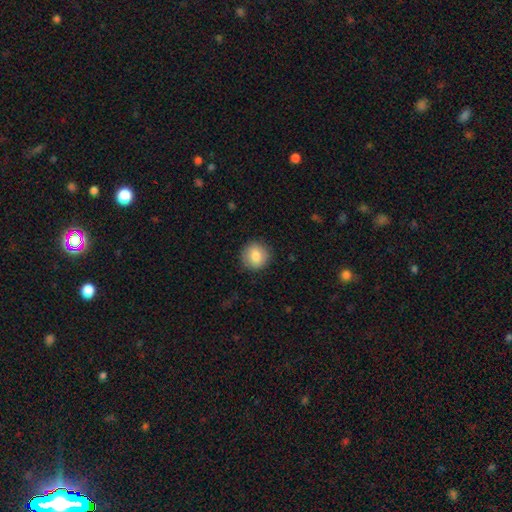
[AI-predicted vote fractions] smooth-or-featured: smooth: 84% | featured or disk: 8% | star or artifact: 8%
  how-rounded: round: 91% | in between: 8% | cigar-shaped: 1%
  merging: none: 89% | minor disturbance: 8% | major disturbance: 2% | merger: 1%